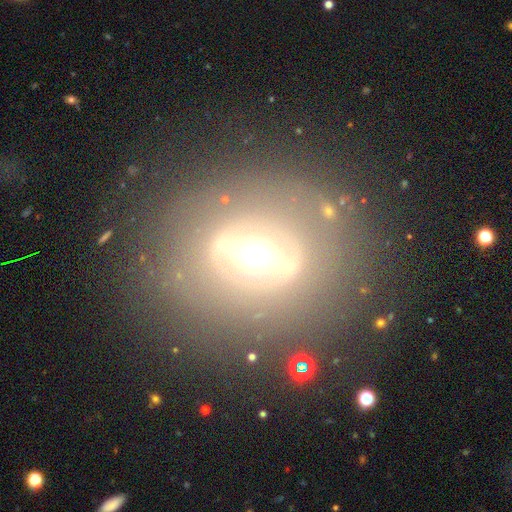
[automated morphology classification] Smooth or featured? featured or disk (69%)
Edge-on disk? no (72%)
Merging? none (79%)